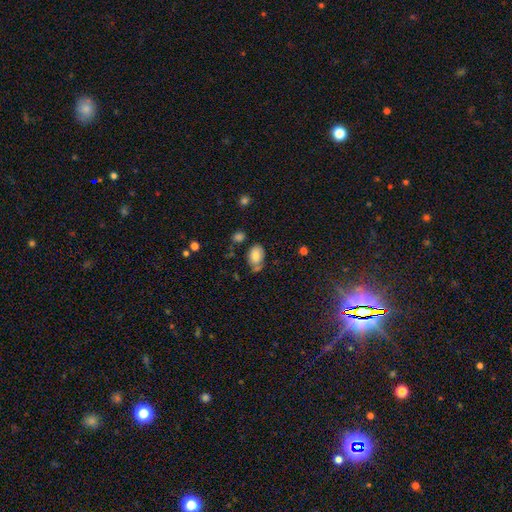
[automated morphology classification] Q: Smooth or featured?
A: smooth (78%); runner-up: featured or disk (13%)
Q: How rounded?
A: in between (87%); runner-up: round (12%)
Q: Merging?
A: none (52%); runner-up: minor disturbance (27%)